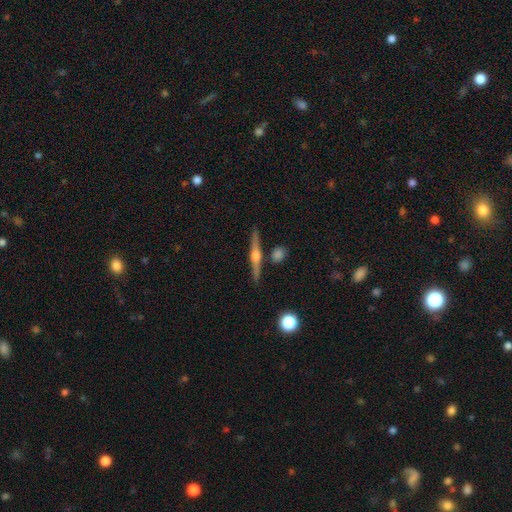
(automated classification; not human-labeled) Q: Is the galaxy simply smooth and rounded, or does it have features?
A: featured or disk — 80%.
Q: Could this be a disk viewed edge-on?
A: yes — 98%.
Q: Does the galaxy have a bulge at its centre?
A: rounded — 90%.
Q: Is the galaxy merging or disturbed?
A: none — 86%.